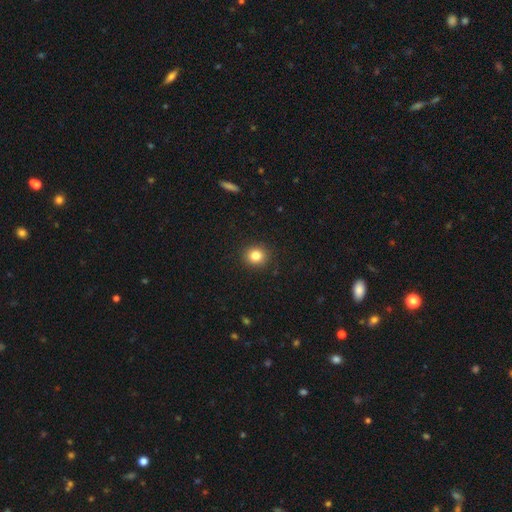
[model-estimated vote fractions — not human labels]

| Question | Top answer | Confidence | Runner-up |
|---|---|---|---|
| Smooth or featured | smooth | 83% | star or artifact (11%) |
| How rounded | round | 83% | in between (16%) |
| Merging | none | 91% | minor disturbance (6%) |